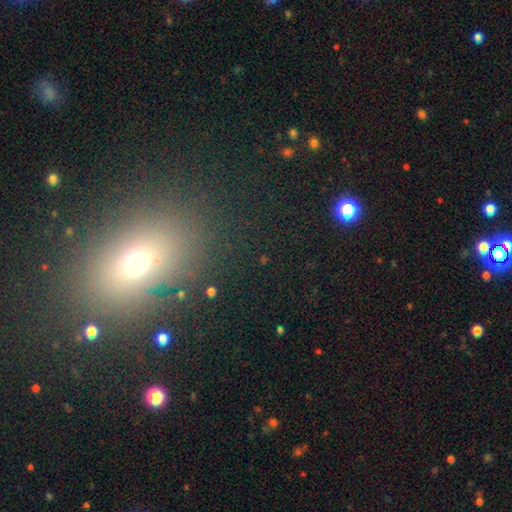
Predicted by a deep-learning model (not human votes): Morphology: type=smooth (56%); roundness=in between (63%); merging=none (85%).